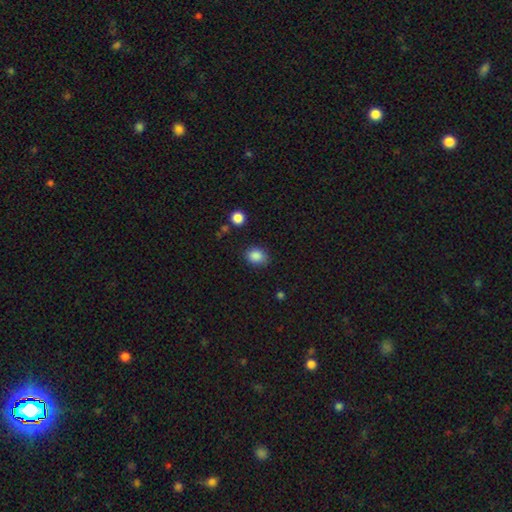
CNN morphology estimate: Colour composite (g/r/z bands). It shows a smooth galaxy with no disk features (87%) that is in between round and cigar-shaped (54%). Merging: none (80%).